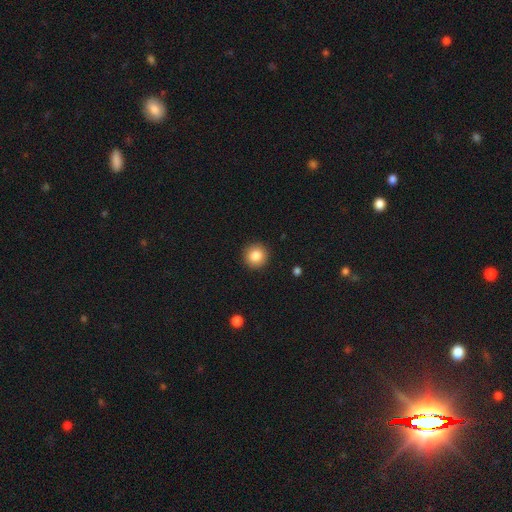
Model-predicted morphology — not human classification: smooth_or_featured: smooth (p=0.85) [alt: star or artifact p=0.09]
how_rounded: round (p=0.95) [alt: in between p=0.04]
merging: none (p=0.92) [alt: minor disturbance p=0.05]